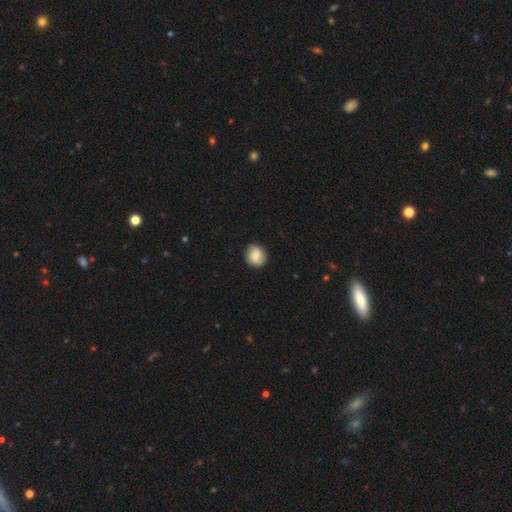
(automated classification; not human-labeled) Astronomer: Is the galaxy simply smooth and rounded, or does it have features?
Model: smooth — 70%.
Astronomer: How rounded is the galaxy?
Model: round — 80%.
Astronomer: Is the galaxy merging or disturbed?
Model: none — 84%.